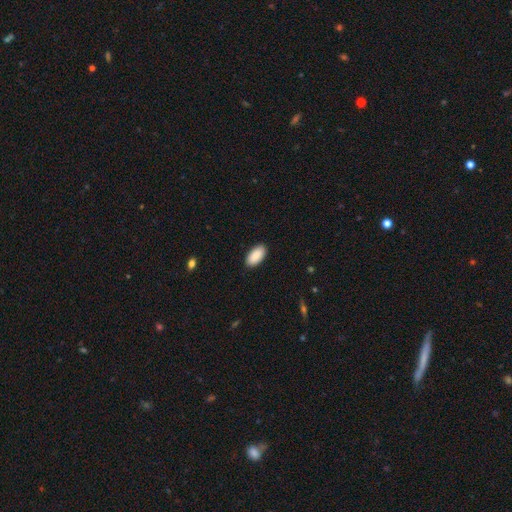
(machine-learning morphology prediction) A smooth galaxy with no disk features (90%) that is in between round and cigar-shaped (95%).

Vote fractions:
- Smooth or featured? smooth: 90% / star or artifact: 6% / featured or disk: 3%
- How rounded? in between: 95% / cigar-shaped: 3% / round: 2%
- Merging? none: 90% / minor disturbance: 7% / major disturbance: 2% / merger: 1%